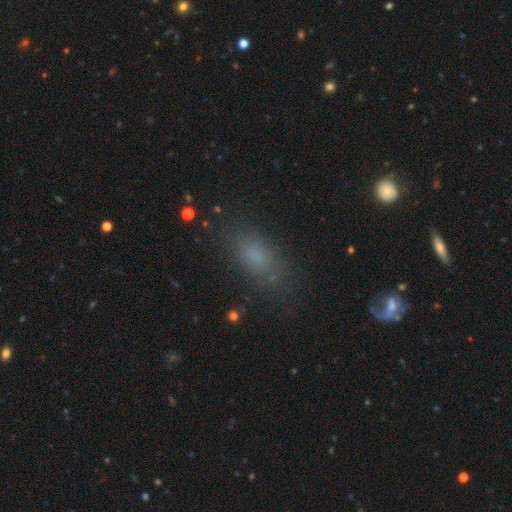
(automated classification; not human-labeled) Q: Smooth or featured?
A: smooth (73%); runner-up: star or artifact (15%)
Q: How rounded?
A: in between (80%); runner-up: cigar-shaped (12%)
Q: Merging?
A: none (75%); runner-up: minor disturbance (16%)